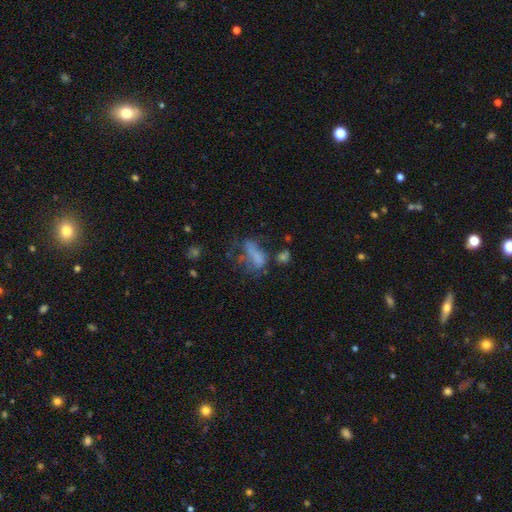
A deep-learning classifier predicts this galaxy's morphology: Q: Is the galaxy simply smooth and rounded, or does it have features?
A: smooth — 54%.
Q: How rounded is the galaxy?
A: in between — 73%.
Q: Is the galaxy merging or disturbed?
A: major disturbance — 41%.